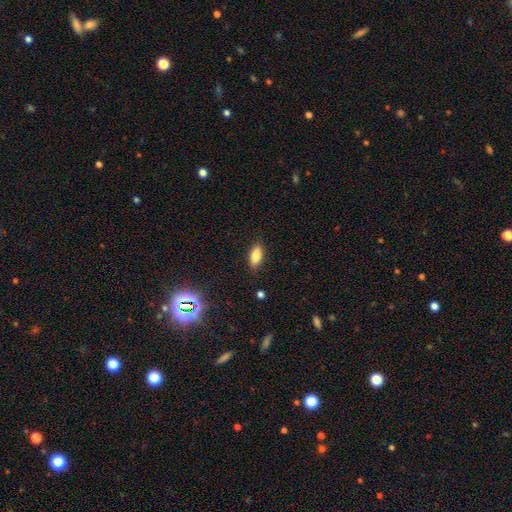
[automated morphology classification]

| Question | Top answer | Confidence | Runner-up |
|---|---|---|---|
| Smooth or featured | smooth | 84% | star or artifact (9%) |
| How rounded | in between | 82% | cigar-shaped (15%) |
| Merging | none | 86% | minor disturbance (10%) |